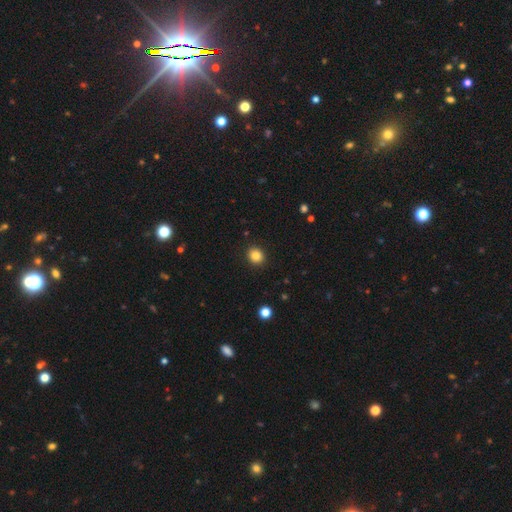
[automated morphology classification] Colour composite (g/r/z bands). It shows a smooth galaxy with no disk features (84%) that is round (71%). Merging: none (91%).